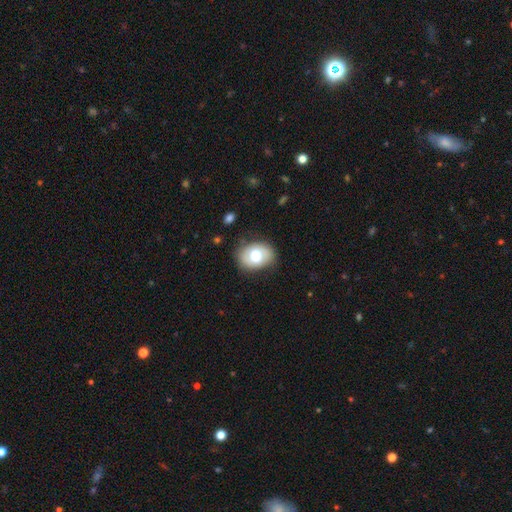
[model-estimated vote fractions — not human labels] Smooth or featured: smooth — 65% (featured or disk — 28%)
How rounded: in between — 68% (round — 31%)
Merging: none — 79% (minor disturbance — 16%)